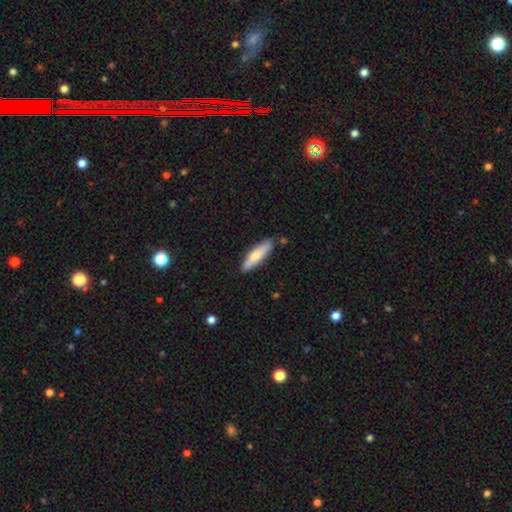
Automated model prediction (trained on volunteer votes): Smooth or featured: smooth — 65% (featured or disk — 30%)
How rounded: cigar-shaped — 68% (in between — 30%)
Merging: none — 83% (minor disturbance — 12%)